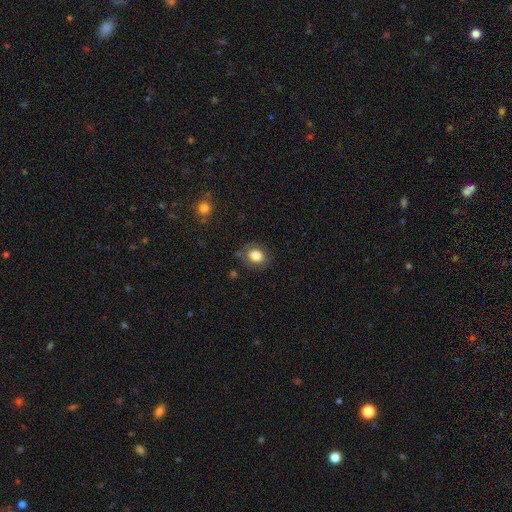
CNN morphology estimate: The model was most divided on "how rounded": round: 53%, in between: 46%, cigar-shaped: 1%. More confident: smooth or featured — smooth (80%); merging — none (76%).